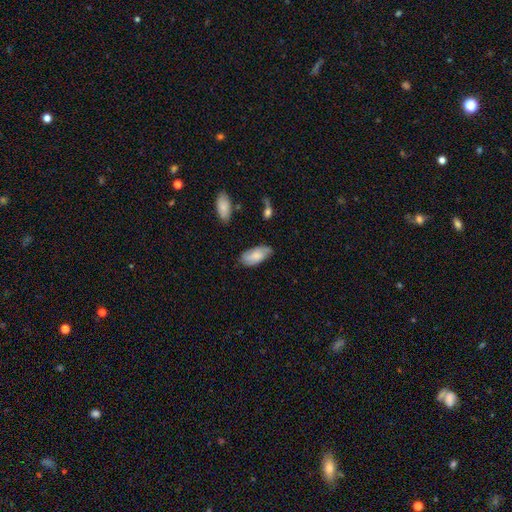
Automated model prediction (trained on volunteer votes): smooth 60%, featured or disk 33%, star or artifact 7%. Down the decision tree: how rounded — in between (91%); merging — none (70%).